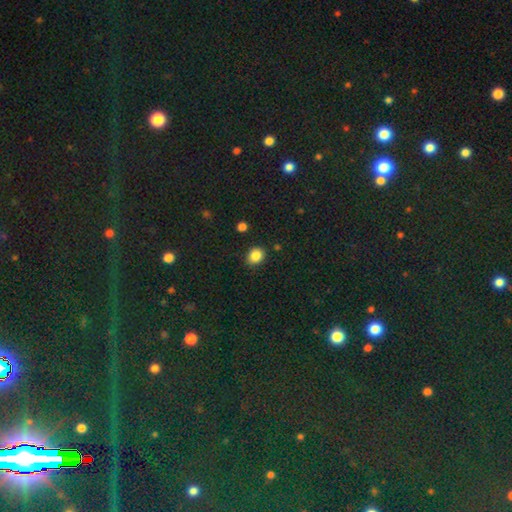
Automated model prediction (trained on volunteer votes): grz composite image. It shows a smooth galaxy with no disk features (86%) that is round (58%). Merging: none (86%).